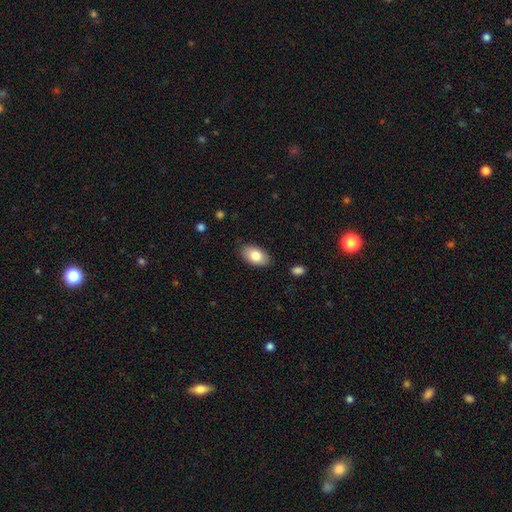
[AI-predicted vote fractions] A smooth galaxy with no disk features (81%) that is in between round and cigar-shaped (94%).

Vote fractions:
- Smooth or featured? smooth: 81% / featured or disk: 12% / star or artifact: 7%
- How rounded? in between: 94% / round: 5% / cigar-shaped: 2%
- Merging? none: 85% / minor disturbance: 11% / major disturbance: 2% / merger: 1%